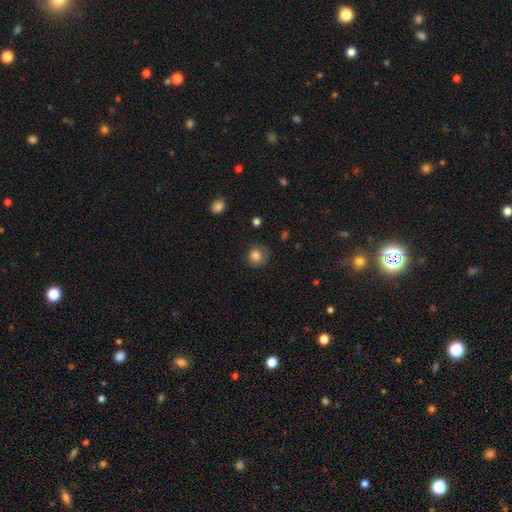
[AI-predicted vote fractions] Smooth or featured? Predicted: smooth (p=0.83). How rounded? Predicted: round (p=0.84). Merging? Predicted: none (p=0.70).